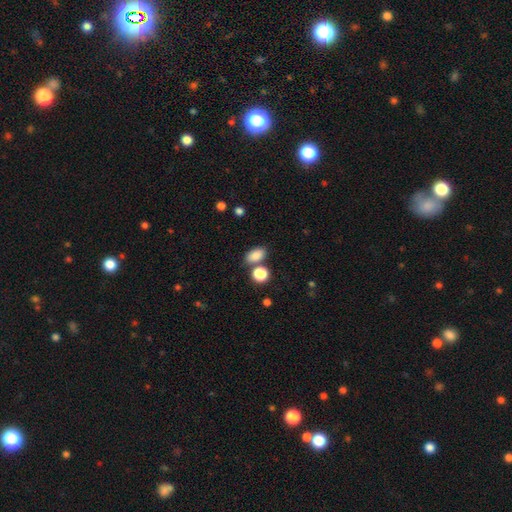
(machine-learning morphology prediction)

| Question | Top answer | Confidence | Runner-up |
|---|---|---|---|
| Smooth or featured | smooth | 85% | star or artifact (10%) |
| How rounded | in between | 86% | round (12%) |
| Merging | none | 68% | merger (17%) |